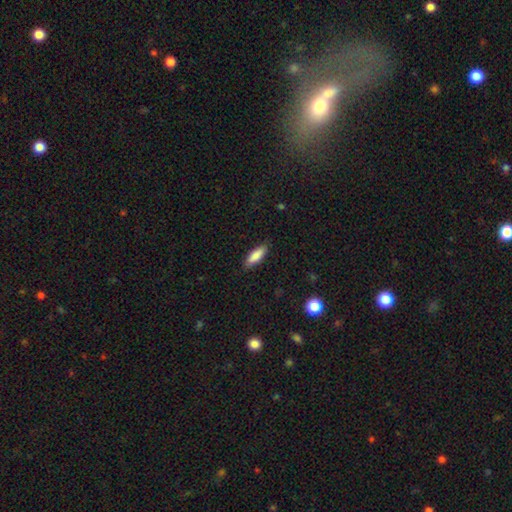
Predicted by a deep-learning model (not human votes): Q: Smooth or featured?
A: smooth (85%); runner-up: featured or disk (9%)
Q: How rounded?
A: in between (59%); runner-up: cigar-shaped (39%)
Q: Merging?
A: none (86%); runner-up: minor disturbance (11%)